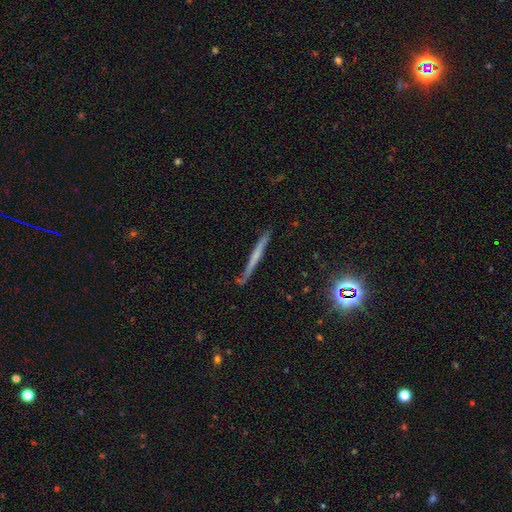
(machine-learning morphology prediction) A featured or disk galaxy (48%). Merging: none (80%).